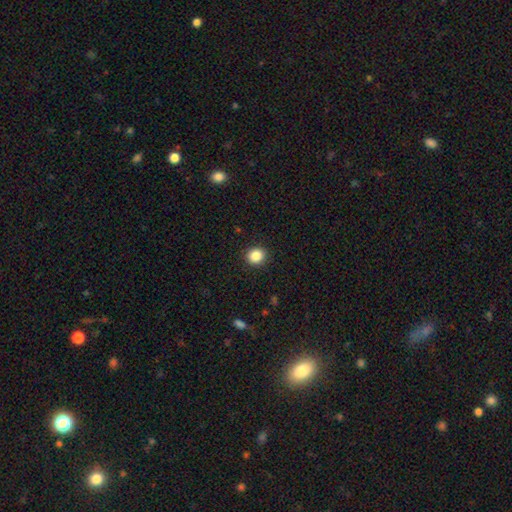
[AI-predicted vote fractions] Overall: smooth (86%). How rounded: round (81%). Merging: none (91%).